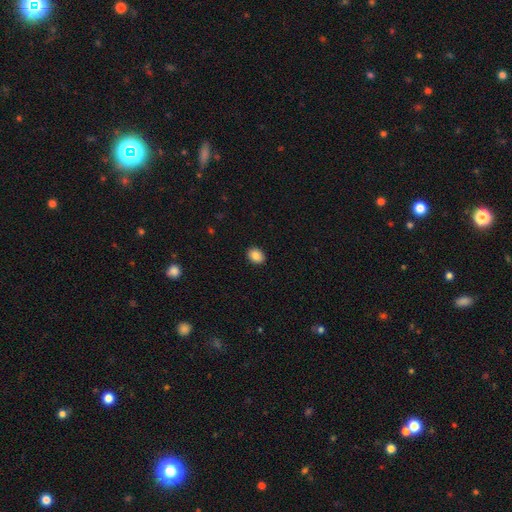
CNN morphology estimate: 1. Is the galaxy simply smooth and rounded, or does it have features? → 86% smooth, 8% star or artifact, 5% featured or disk.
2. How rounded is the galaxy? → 55% in between, 44% round, 1% cigar-shaped.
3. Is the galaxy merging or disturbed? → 91% none, 6% minor disturbance, 2% major disturbance, 1% merger.